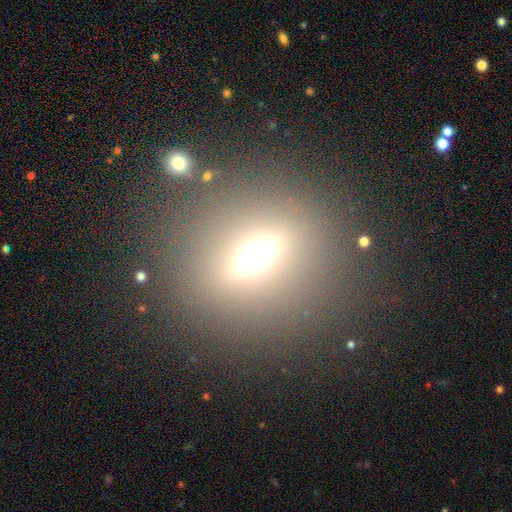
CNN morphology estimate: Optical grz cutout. It shows a smooth galaxy with no disk features (47%). Merging: none (82%).